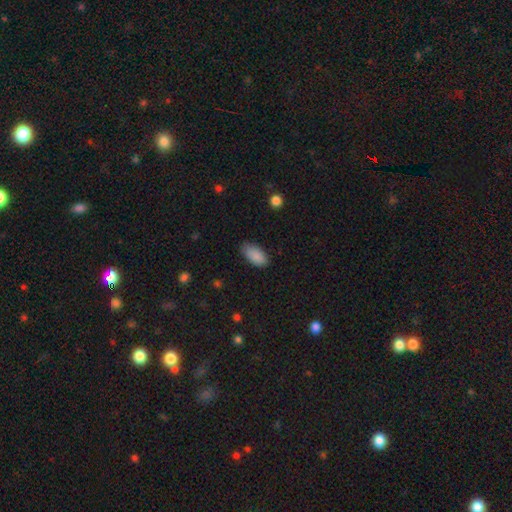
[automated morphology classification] Q: Smooth or featured?
A: smooth (89%); runner-up: star or artifact (7%)
Q: How rounded?
A: in between (92%); runner-up: cigar-shaped (5%)
Q: Merging?
A: none (79%); runner-up: minor disturbance (17%)